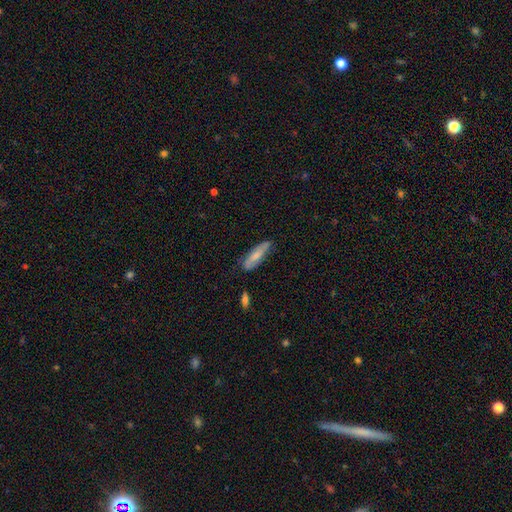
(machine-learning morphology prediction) Smooth or featured?
  - smooth: 59% *
  - featured or disk: 35%
  - star or artifact: 6%
How rounded?
  - cigar-shaped: 61% *
  - in between: 37%
  - round: 2%
Merging?
  - none: 73% *
  - minor disturbance: 21%
  - major disturbance: 4%
  - merger: 2%